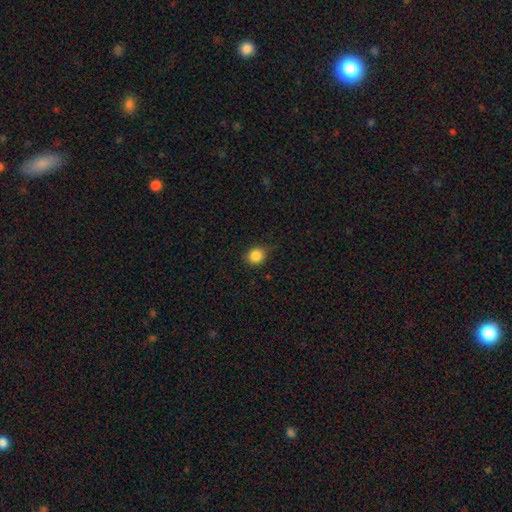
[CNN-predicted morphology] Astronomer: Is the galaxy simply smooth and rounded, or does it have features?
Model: smooth — 85%.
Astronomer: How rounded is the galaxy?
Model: round — 84%.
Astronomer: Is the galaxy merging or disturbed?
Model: none — 80%.